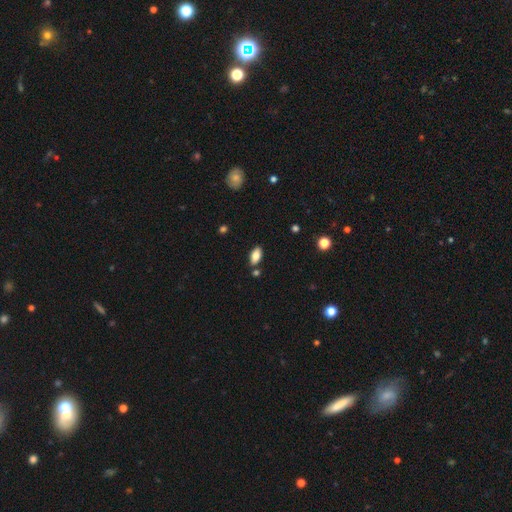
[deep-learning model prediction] Overall: smooth (80%). How rounded: in between (92%). Merging: none (80%).